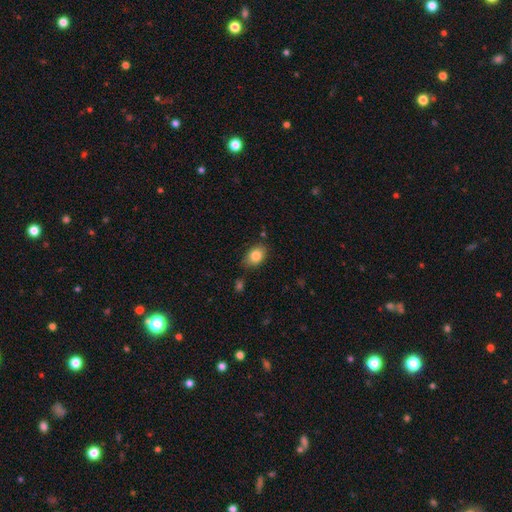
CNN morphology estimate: smooth 84%, star or artifact 8%, featured or disk 8%. Down the decision tree: how rounded — in between (80%); merging — none (77%).